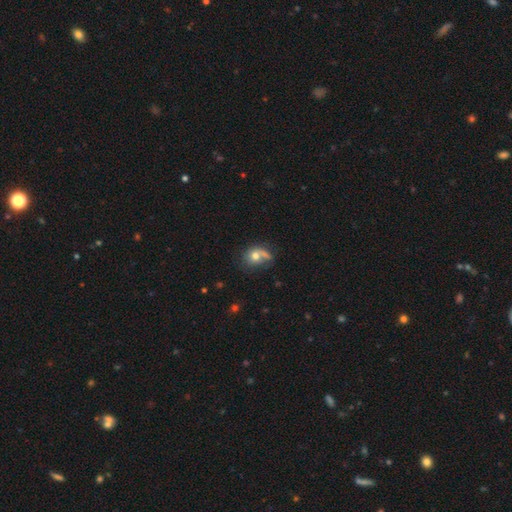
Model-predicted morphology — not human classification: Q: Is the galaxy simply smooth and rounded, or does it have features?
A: smooth — 70%.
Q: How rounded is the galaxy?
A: round — 62%.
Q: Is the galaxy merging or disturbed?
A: none — 43%.